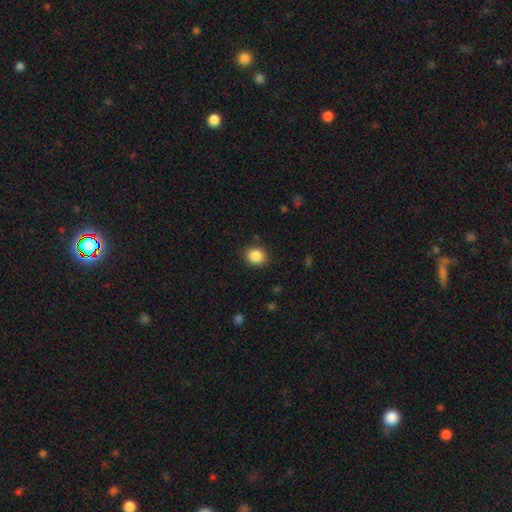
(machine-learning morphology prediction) This is clearly a smooth galaxy (87%). How rounded: likely round (70%). Merging: clearly none (88%).